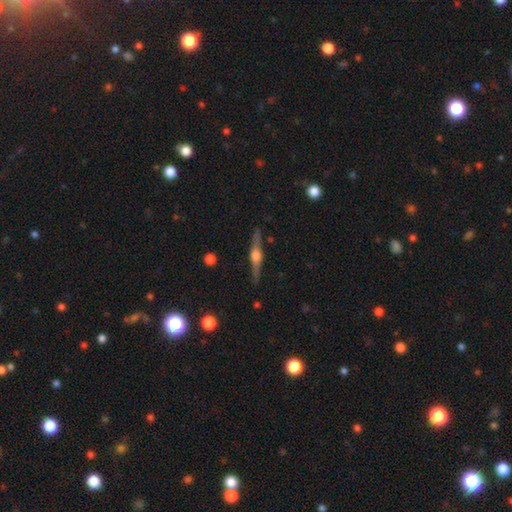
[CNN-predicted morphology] Smooth or featured? featured or disk (81%)
Edge-on disk? yes (98%)
Edge-on bulge? rounded (89%)
Merging? none (88%)